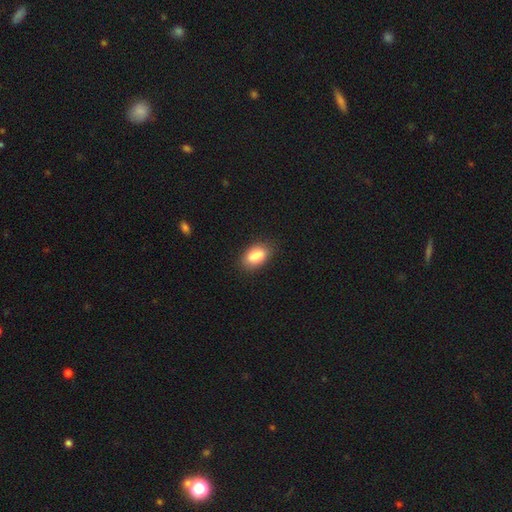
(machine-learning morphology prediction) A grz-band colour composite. It shows a smooth galaxy with no disk features (87%) that is in between round and cigar-shaped (91%). Merging: none (84%).